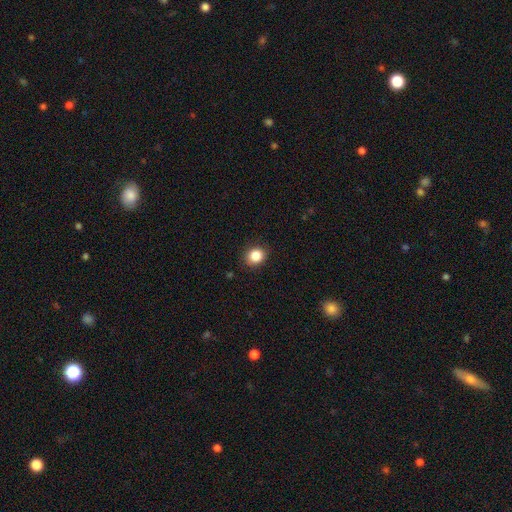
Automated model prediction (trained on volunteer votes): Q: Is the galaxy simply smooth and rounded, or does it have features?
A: smooth — 86%.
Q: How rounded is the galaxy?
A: round — 67%.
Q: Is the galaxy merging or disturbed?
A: none — 87%.